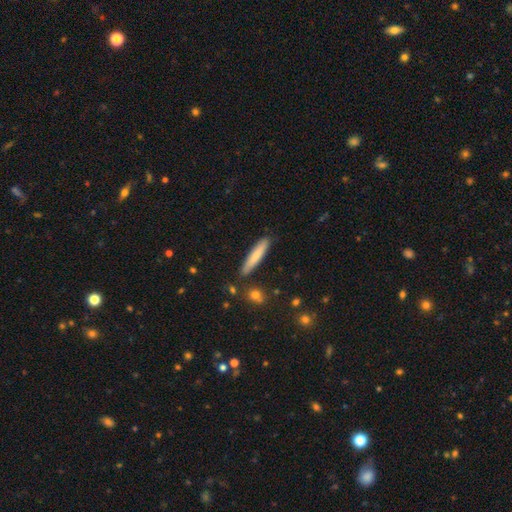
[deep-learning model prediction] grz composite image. It shows a smooth galaxy with no disk features (76%) that is cigar-shaped (90%). Merging: none (87%).